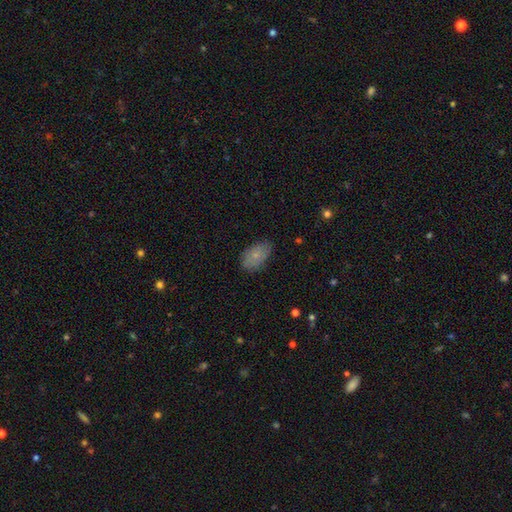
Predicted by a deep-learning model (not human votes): Smooth or featured? smooth (74%)
How rounded? in between (91%)
Merging? none (76%)